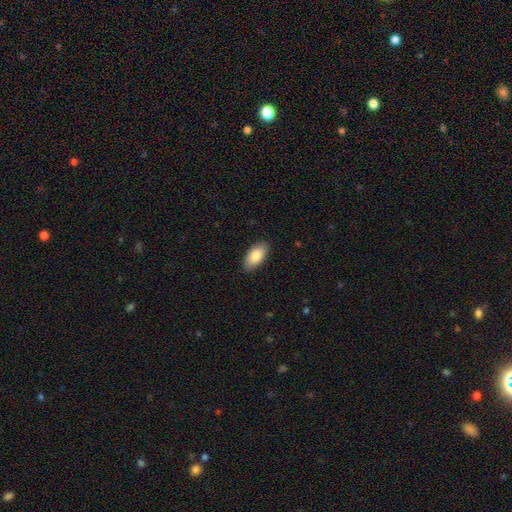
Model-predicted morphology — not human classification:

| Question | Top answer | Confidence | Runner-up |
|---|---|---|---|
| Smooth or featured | smooth | 82% | featured or disk (12%) |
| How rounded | in between | 94% | cigar-shaped (4%) |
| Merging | none | 88% | minor disturbance (9%) |